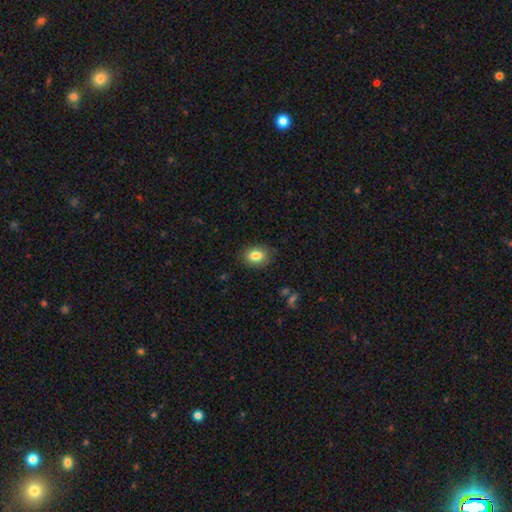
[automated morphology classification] This is clearly a smooth galaxy (83%). How rounded: likely in between (61%). Merging: clearly none (85%).